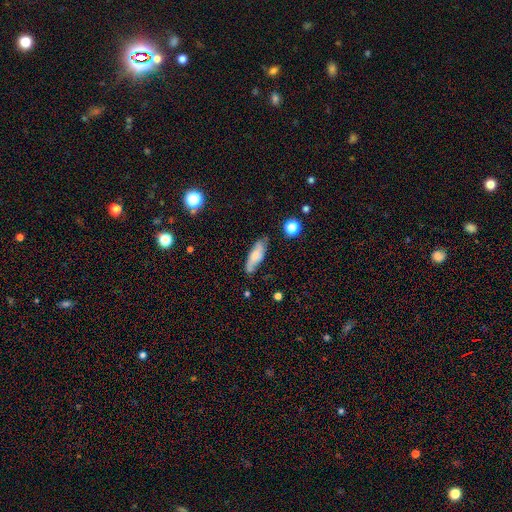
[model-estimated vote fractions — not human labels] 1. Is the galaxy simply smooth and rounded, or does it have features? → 57% smooth, 35% featured or disk, 8% star or artifact.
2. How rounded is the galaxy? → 55% in between, 42% cigar-shaped, 2% round.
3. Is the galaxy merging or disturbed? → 73% none, 21% minor disturbance, 4% major disturbance, 2% merger.